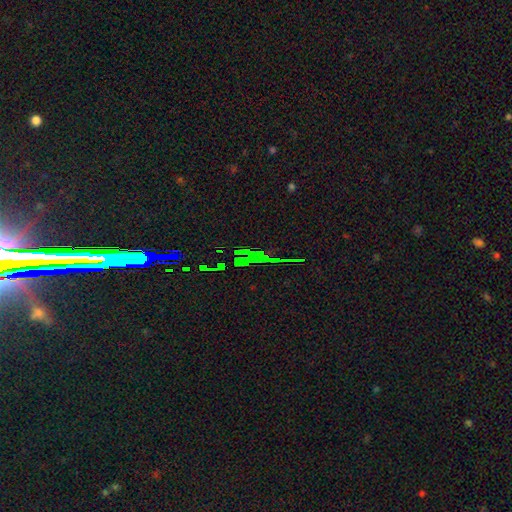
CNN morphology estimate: The model was most divided on "smooth or featured": star or artifact: 73%, smooth: 15%, featured or disk: 12%.